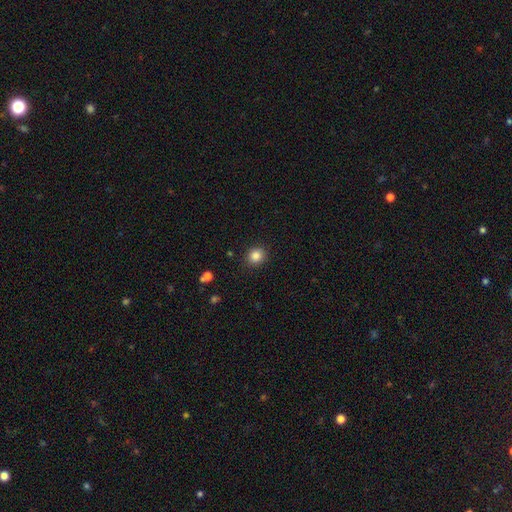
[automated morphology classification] This appears to be a smooth galaxy with no disk features (85%) that is round (82%). Merging: none (90%).